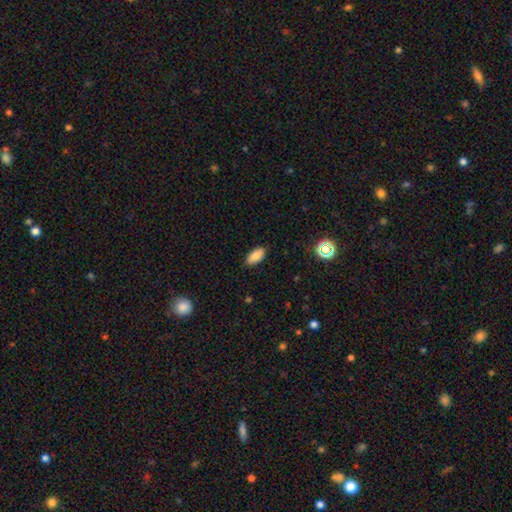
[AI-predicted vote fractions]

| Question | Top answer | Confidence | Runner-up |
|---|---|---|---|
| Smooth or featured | smooth | 86% | star or artifact (9%) |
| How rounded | in between | 92% | cigar-shaped (5%) |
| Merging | none | 86% | minor disturbance (11%) |